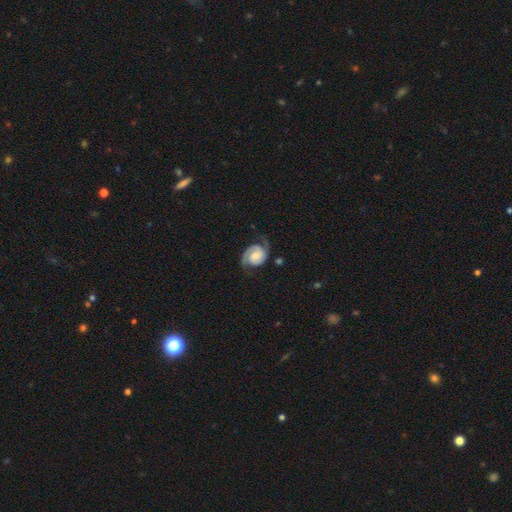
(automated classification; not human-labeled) Smooth or featured: featured or disk — 85% (smooth — 10%)
Edge-on disk: no — 98% (yes — 2%)
Bar: no — 63% (weak — 30%)
Spiral arms: yes — 97% (no — 3%)
Spiral winding: tight — 42% (tied with medium — 42%)
Spiral arm count: 2 — 89% (1 — 4%)
Bulge size: moderate — 37% (small — 33%)
Merging: none — 70% (minor disturbance — 19%)